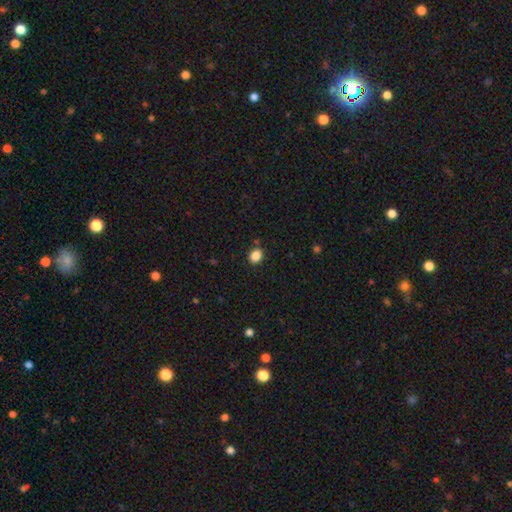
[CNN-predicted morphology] type=smooth (86%); roundness=round (55%); merging=none (86%).